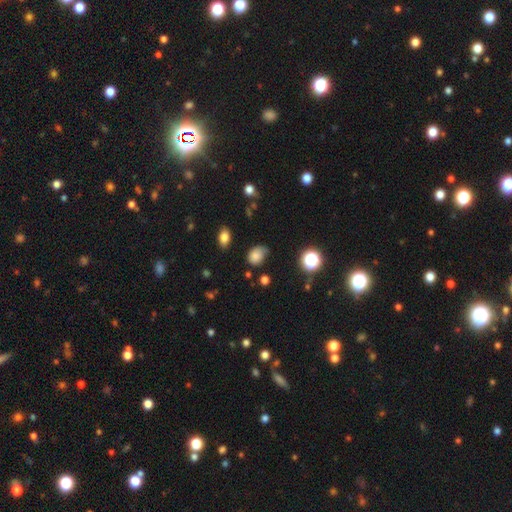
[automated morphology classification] Smooth or featured: smooth — 78% (star or artifact — 13%)
How rounded: in between — 70% (round — 29%)
Merging: none — 49% (minor disturbance — 37%)